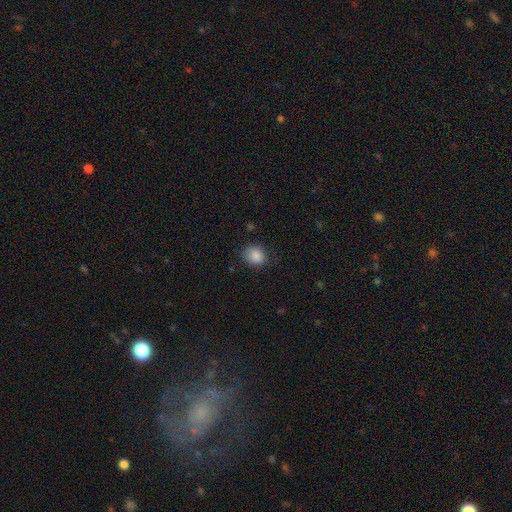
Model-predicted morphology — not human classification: Smooth or featured? smooth (86%)
How rounded? round (55%)
Merging? none (74%)